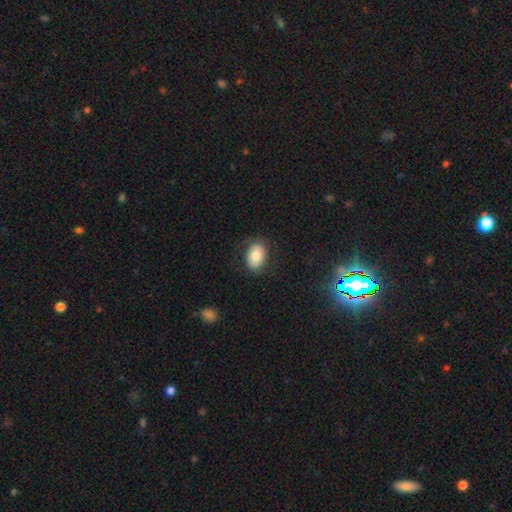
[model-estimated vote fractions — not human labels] Morphology: type=smooth (76%); roundness=in between (71%); merging=none (77%).